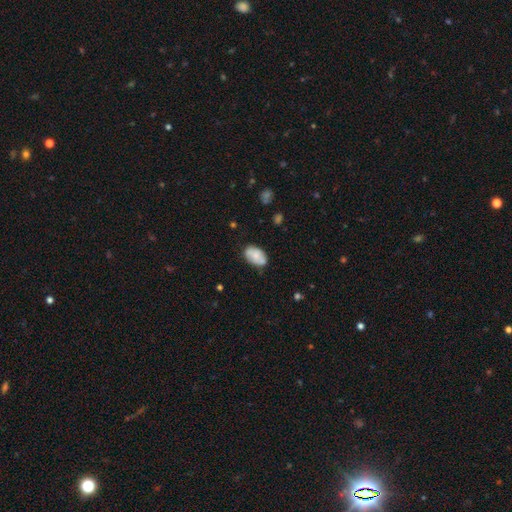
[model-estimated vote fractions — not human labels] A smooth galaxy with no disk features (70%) that is in between round and cigar-shaped (90%).

Vote fractions:
- Smooth or featured? smooth: 70% / featured or disk: 22% / star or artifact: 8%
- How rounded? in between: 90% / round: 8% / cigar-shaped: 1%
- Merging? none: 67% / minor disturbance: 23% / merger: 5% / major disturbance: 5%